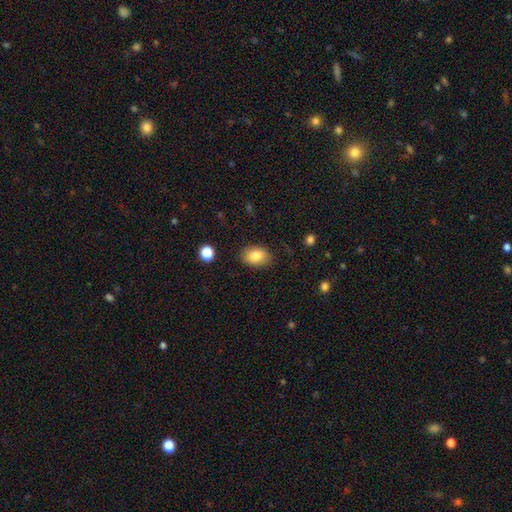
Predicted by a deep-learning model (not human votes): Smooth or featured?
  - smooth: 83% *
  - featured or disk: 8%
  - star or artifact: 8%
How rounded?
  - in between: 83% *
  - round: 16%
  - cigar-shaped: 1%
Merging?
  - none: 84% *
  - minor disturbance: 12%
  - major disturbance: 3%
  - merger: 1%